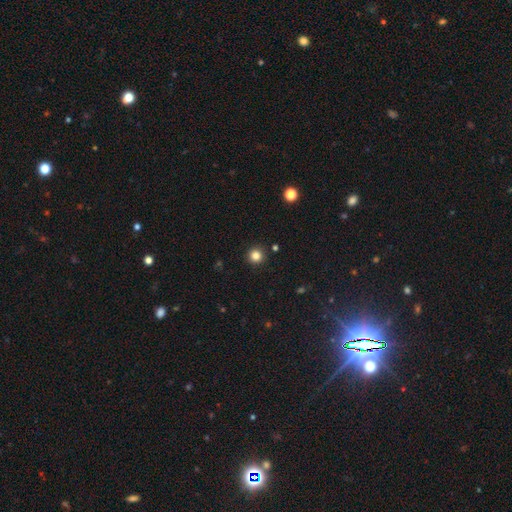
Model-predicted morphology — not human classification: Smooth or featured? Predicted: smooth (p=0.83). How rounded? Predicted: round (p=0.95). Merging? Predicted: none (p=0.92).